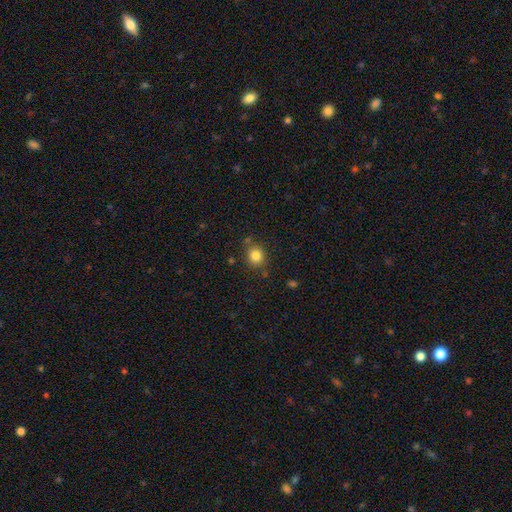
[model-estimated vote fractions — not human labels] Smooth or featured?
  - smooth: 83% *
  - star or artifact: 11%
  - featured or disk: 6%
How rounded?
  - round: 80% *
  - in between: 19%
  - cigar-shaped: 1%
Merging?
  - none: 79% *
  - minor disturbance: 12%
  - merger: 6%
  - major disturbance: 3%